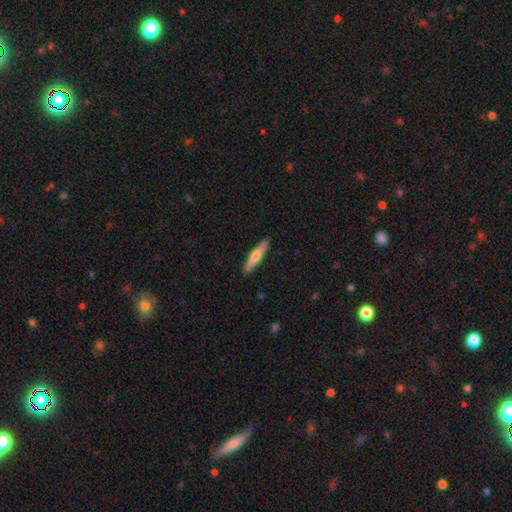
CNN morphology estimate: smooth_or_featured: smooth (p=0.52) [alt: featured or disk p=0.42]
how_rounded: cigar-shaped (p=0.86) [alt: in between p=0.13]
merging: none (p=0.90) [alt: minor disturbance p=0.07]